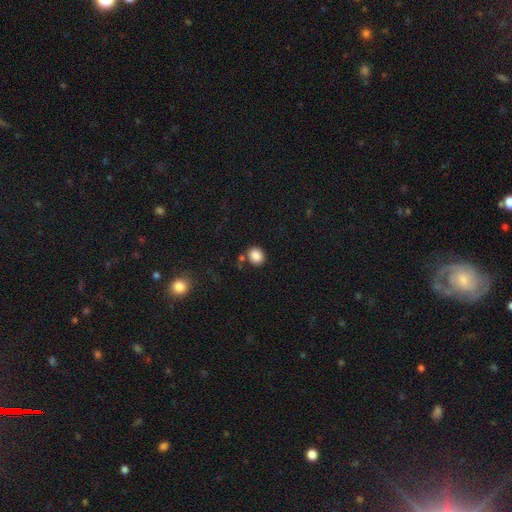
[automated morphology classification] This is clearly a smooth galaxy (86%). How rounded: likely round (68%). Merging: likely none (77%).